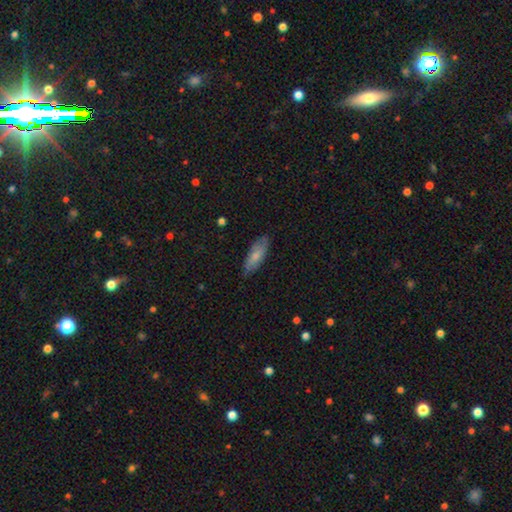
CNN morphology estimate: Smooth or featured? smooth (71%)
How rounded? in between (65%)
Merging? none (80%)